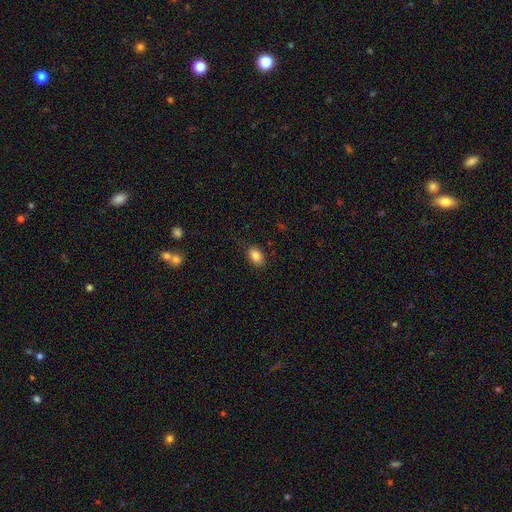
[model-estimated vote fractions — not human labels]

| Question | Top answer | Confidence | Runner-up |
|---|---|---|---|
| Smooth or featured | smooth | 85% | star or artifact (9%) |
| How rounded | in between | 83% | round (16%) |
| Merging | none | 81% | minor disturbance (15%) |